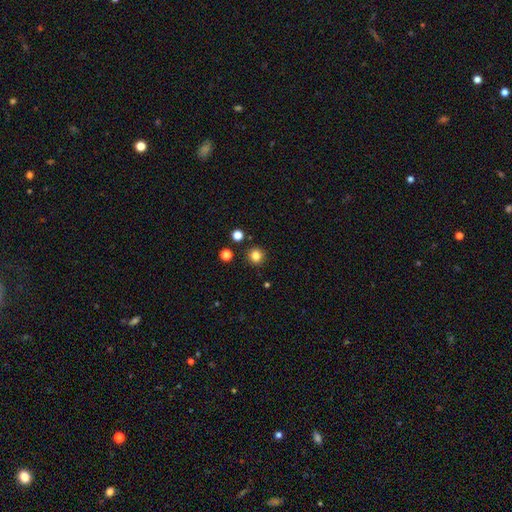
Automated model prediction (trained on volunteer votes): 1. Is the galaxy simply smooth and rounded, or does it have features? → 82% smooth, 13% star or artifact, 5% featured or disk.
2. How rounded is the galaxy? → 93% round, 6% in between, 1% cigar-shaped.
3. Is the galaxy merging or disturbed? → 90% none, 6% minor disturbance, 2% merger, 2% major disturbance.